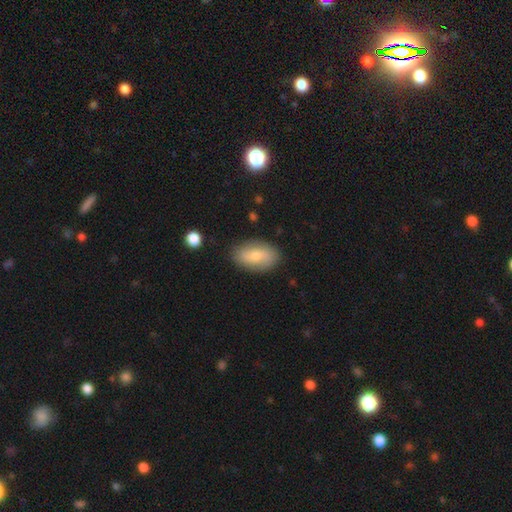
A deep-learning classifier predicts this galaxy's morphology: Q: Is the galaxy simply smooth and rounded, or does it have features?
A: smooth — 67%.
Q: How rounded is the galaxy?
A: in between — 91%.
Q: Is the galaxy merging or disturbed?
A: none — 84%.